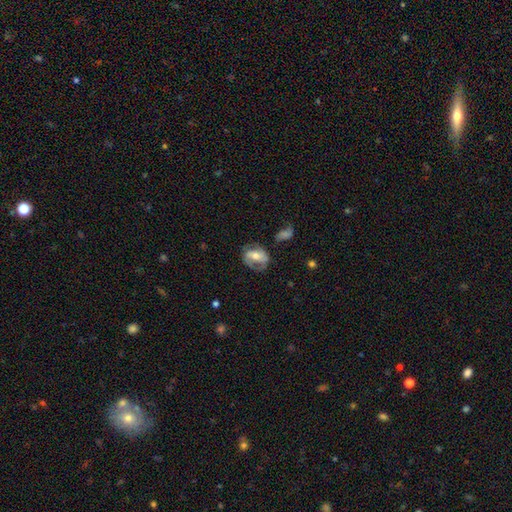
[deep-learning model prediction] A featured or disk galaxy (56%) with no bar (36%), spiral arms (61%) and a moderate central bulge (62%).

Vote fractions:
- Smooth or featured? featured or disk: 56% / smooth: 37% / star or artifact: 7%
- Edge-on disk? no: 94% / yes: 6%
- Bar? no: 36% / strong: 32% / weak: 32%
- Spiral arms? yes: 61% / no: 39%
- Bulge size? moderate: 62% / small: 26% / large: 8% / none: 2% / dominant: 1%
- Merging? none: 56% / minor disturbance: 24% / major disturbance: 17% / merger: 4%